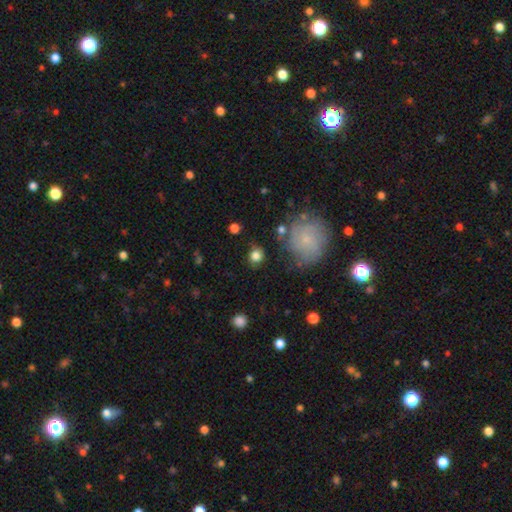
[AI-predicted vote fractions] Q: Smooth or featured?
A: smooth (81%); runner-up: star or artifact (10%)
Q: How rounded?
A: round (84%); runner-up: in between (14%)
Q: Merging?
A: none (76%); runner-up: minor disturbance (14%)